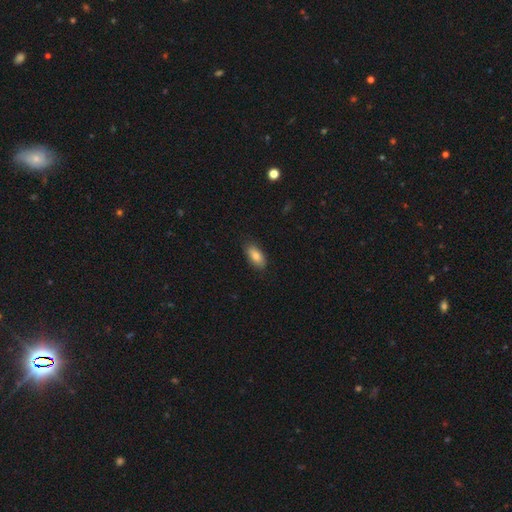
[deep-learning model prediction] Smooth or featured?
  - smooth: 82% *
  - featured or disk: 11%
  - star or artifact: 7%
How rounded?
  - in between: 88% *
  - cigar-shaped: 9%
  - round: 3%
Merging?
  - none: 83% *
  - minor disturbance: 14%
  - major disturbance: 2%
  - merger: 1%